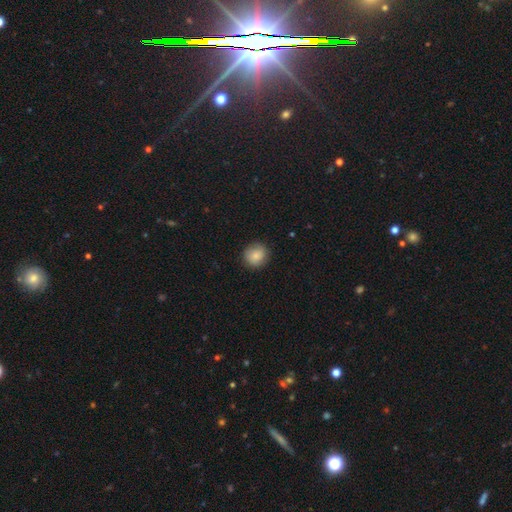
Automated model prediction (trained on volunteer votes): Overall: smooth (85%). How rounded: round (88%). Merging: none (88%).